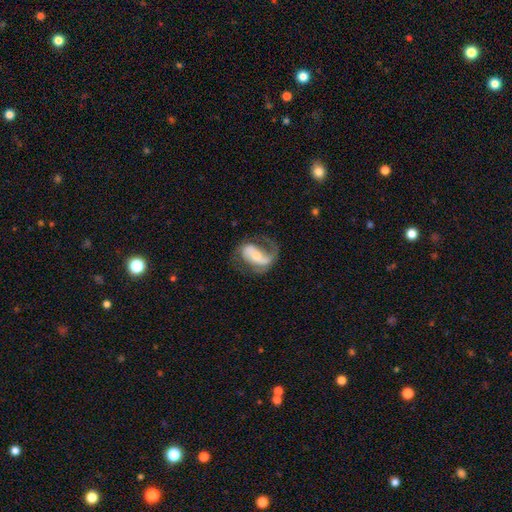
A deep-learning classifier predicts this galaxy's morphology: Smooth or featured: featured or disk — 74% (smooth — 20%)
Edge-on disk: no — 96% (yes — 4%)
Bar: strong — 34% (tied with weak — 34%)
Spiral arms: yes — 89% (no — 11%)
Spiral winding: medium — 44% (loose — 38%)
Spiral arm count: 2 — 57% (1 — 35%)
Bulge size: small — 44% (moderate — 40%)
Merging: none — 46% (major disturbance — 31%)